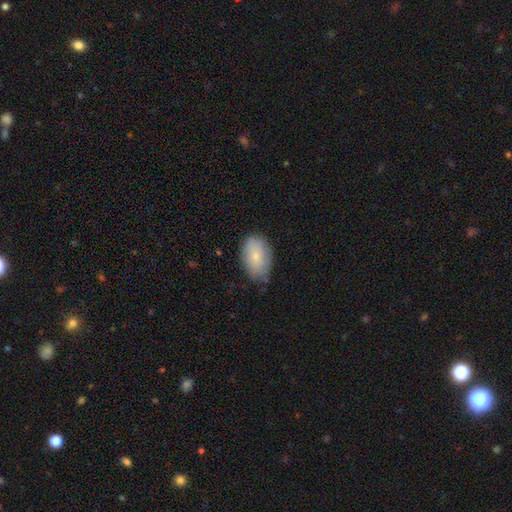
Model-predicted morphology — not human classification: Q: Smooth or featured?
A: smooth (77%); runner-up: featured or disk (16%)
Q: How rounded?
A: in between (89%); runner-up: round (10%)
Q: Merging?
A: none (74%); runner-up: minor disturbance (21%)